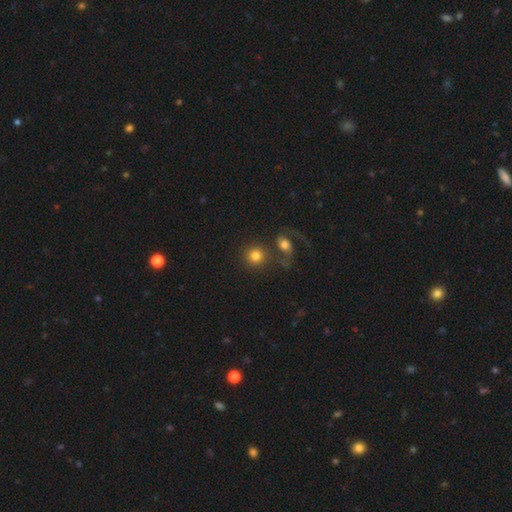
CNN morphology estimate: This is likely a smooth galaxy (79%). How rounded: clearly round (88%). Merging: possibly none (58%).